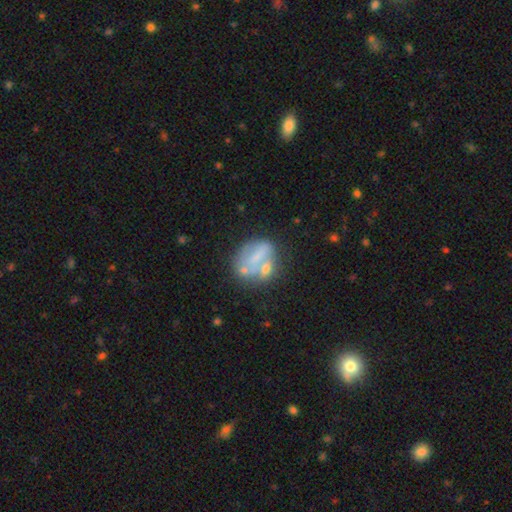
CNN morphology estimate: Smooth or featured: smooth — 45% (featured or disk — 44%)
Merging: none — 36% (merger — 29%)